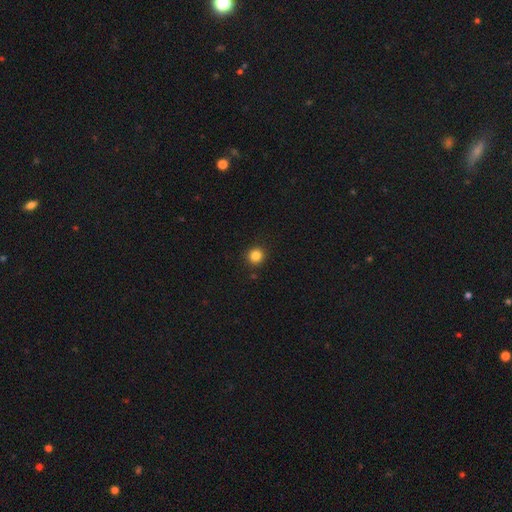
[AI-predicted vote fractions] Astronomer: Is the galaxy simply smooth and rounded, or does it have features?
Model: smooth — 84%.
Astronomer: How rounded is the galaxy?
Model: round — 92%.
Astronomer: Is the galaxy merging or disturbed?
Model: none — 92%.